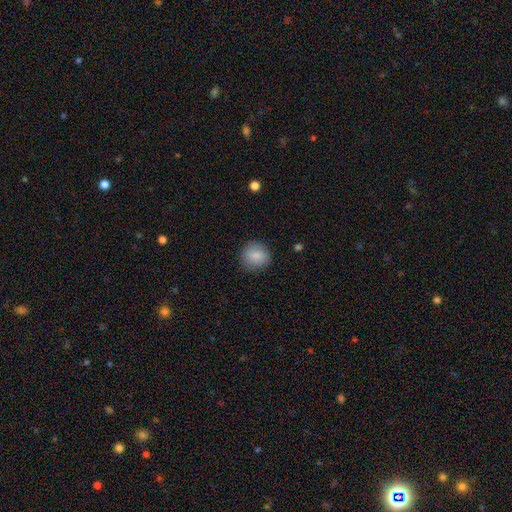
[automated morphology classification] Smooth or featured? smooth (86%)
How rounded? round (87%)
Merging? none (86%)